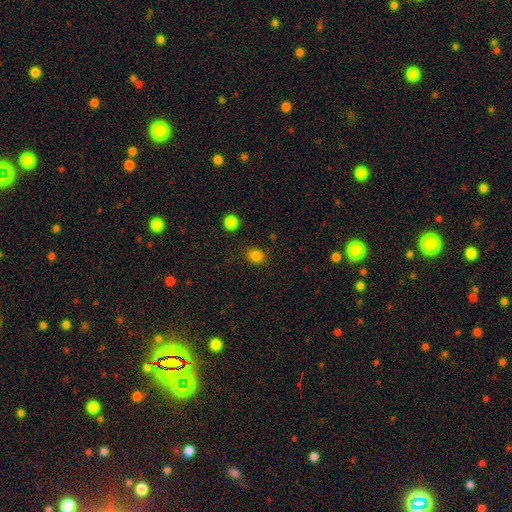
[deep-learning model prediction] A smooth galaxy with no disk features (84%) that is round (60%).

Vote fractions:
- Smooth or featured? smooth: 84% / star or artifact: 12% / featured or disk: 4%
- How rounded? round: 60% / in between: 39% / cigar-shaped: 1%
- Merging? none: 86% / minor disturbance: 9% / major disturbance: 3% / merger: 2%